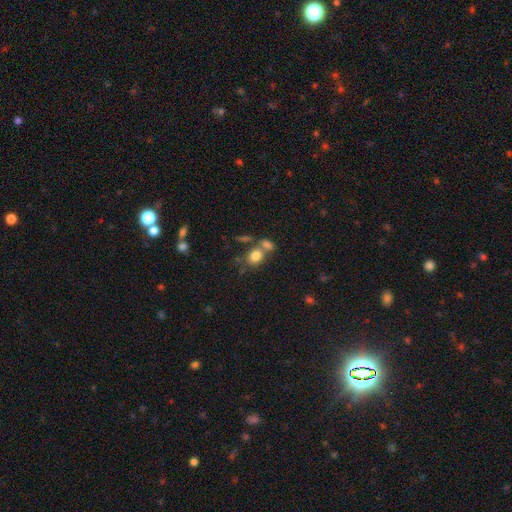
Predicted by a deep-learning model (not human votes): Smooth or featured: smooth — 80% (star or artifact — 11%)
How rounded: in between — 51% (round — 47%)
Merging: none — 45% (merger — 39%)